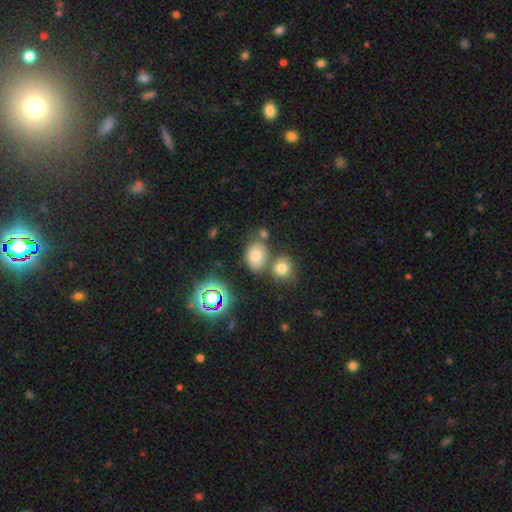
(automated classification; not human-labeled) This is likely a smooth galaxy (70%). How rounded: likely in between (63%). Merging: likely none (62%).